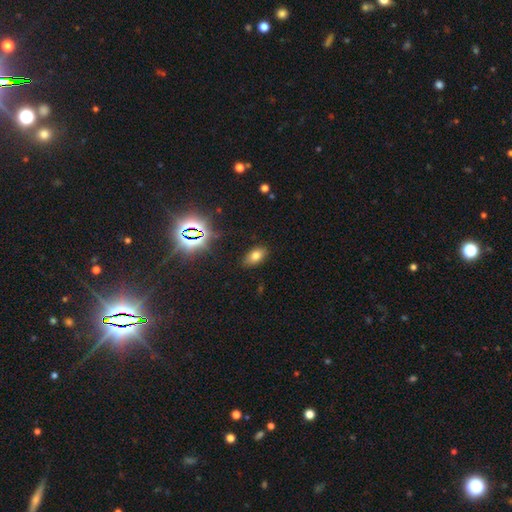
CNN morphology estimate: Smooth or featured? smooth (70%)
How rounded? in between (89%)
Merging? none (86%)